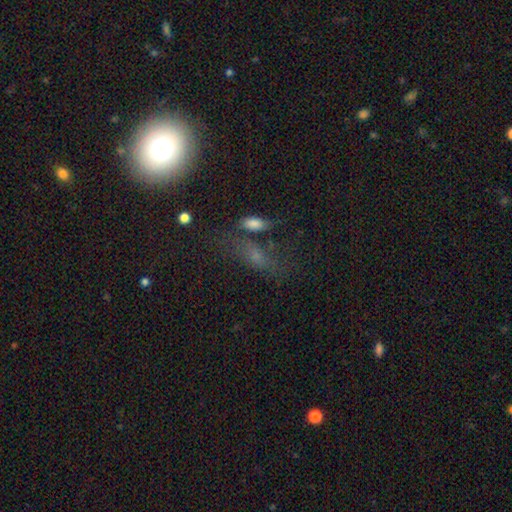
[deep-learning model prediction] This appears to be a smooth galaxy with no disk features (53%) that is in between round and cigar-shaped (60%). Merging: none (52%).